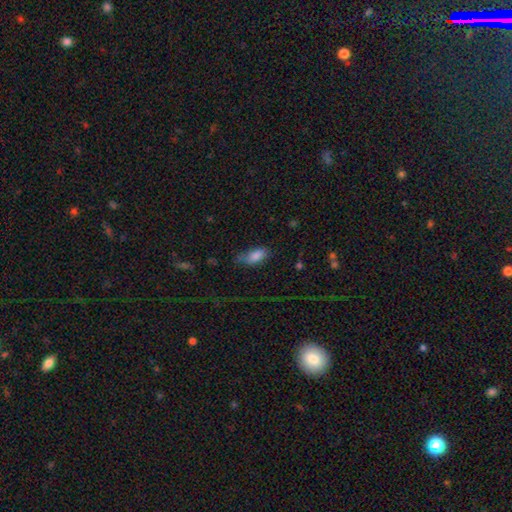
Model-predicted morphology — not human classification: The model was most divided on "merging": none: 57%, minor disturbance: 31%, major disturbance: 10%, merger: 2%. More confident: how rounded — in between (85%); smooth or featured — smooth (83%).